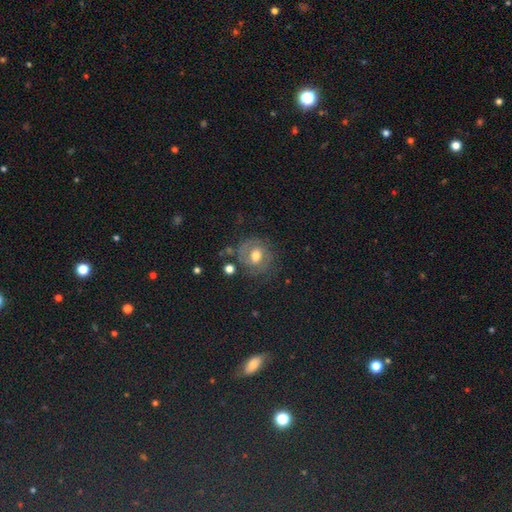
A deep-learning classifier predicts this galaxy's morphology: The model was most divided on "bar": no: 45%, weak: 43%, strong: 12%. More confident: edge-on disk — no (97%); spiral arms — yes (75%); bulge size — moderate (71%); merging — none (67%); smooth or featured — featured or disk (59%).